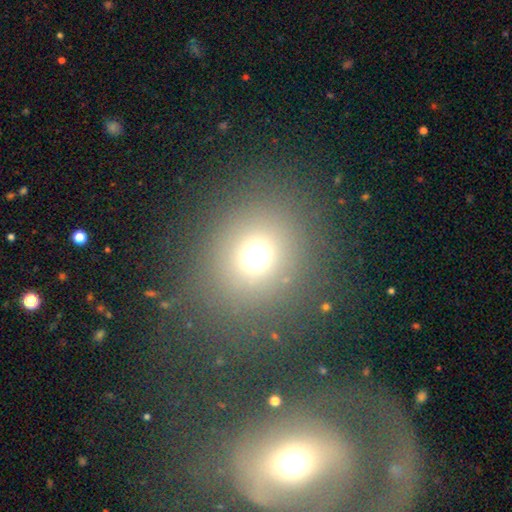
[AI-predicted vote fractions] This is likely a smooth galaxy (67%). How rounded: clearly round (87%). Merging: clearly none (82%).